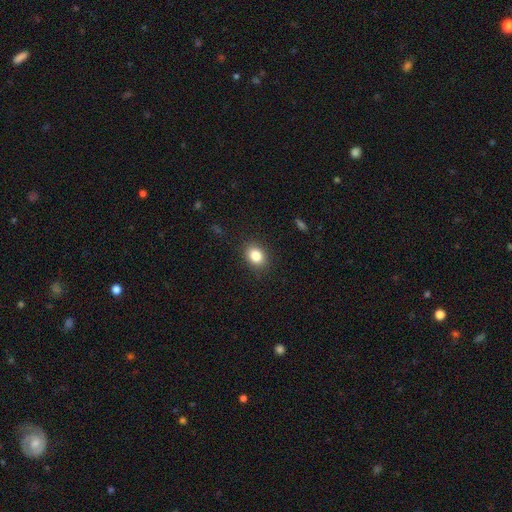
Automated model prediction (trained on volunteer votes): Smooth or featured: smooth — 84% (star or artifact — 10%)
How rounded: in between — 61% (round — 38%)
Merging: none — 88% (minor disturbance — 9%)